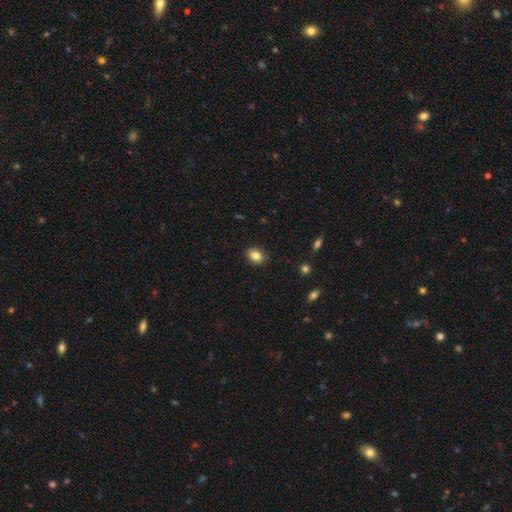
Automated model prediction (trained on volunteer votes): The model was most divided on "how rounded": in between: 68%, round: 31%, cigar-shaped: 1%. More confident: merging — none (88%); smooth or featured — smooth (84%).